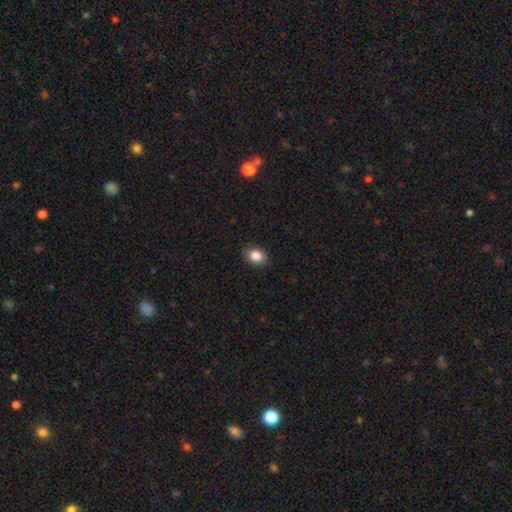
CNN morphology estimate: This appears to be a smooth galaxy with no disk features (84%) that is in between round and cigar-shaped (59%). Merging: none (88%).